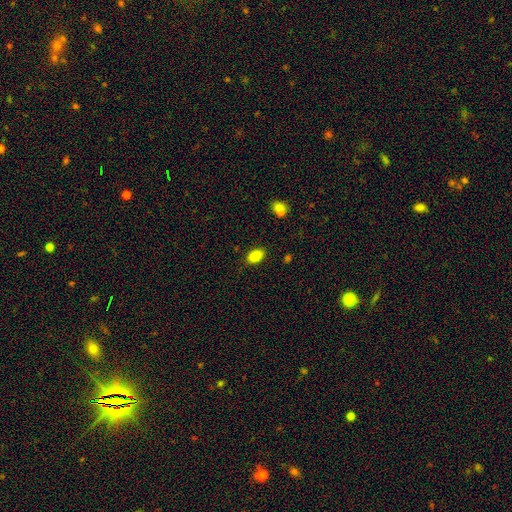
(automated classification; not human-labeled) smooth-or-featured: smooth: 84% | star or artifact: 9% | featured or disk: 8%
  how-rounded: in between: 88% | round: 10% | cigar-shaped: 2%
  merging: none: 85% | minor disturbance: 10% | major disturbance: 2% | merger: 2%